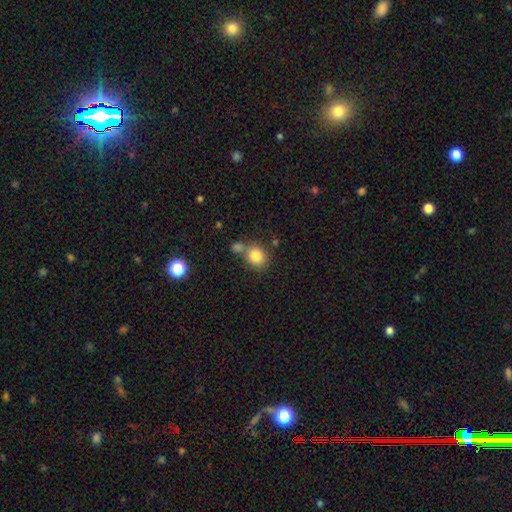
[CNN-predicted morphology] smooth 83%, star or artifact 10%, featured or disk 7%. Down the decision tree: how rounded — round (77%); merging — none (56%).